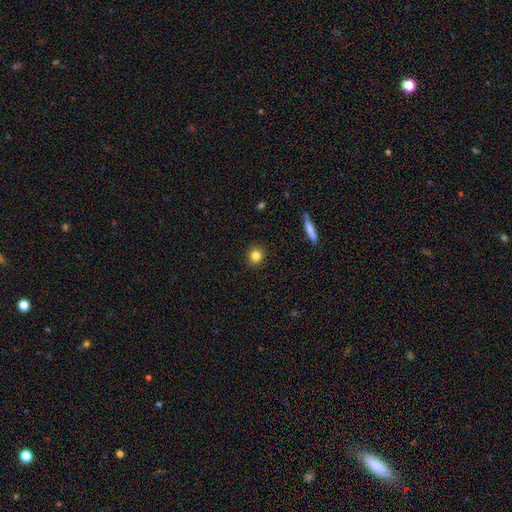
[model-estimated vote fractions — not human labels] Smooth or featured? smooth (83%)
How rounded? round (89%)
Merging? none (92%)